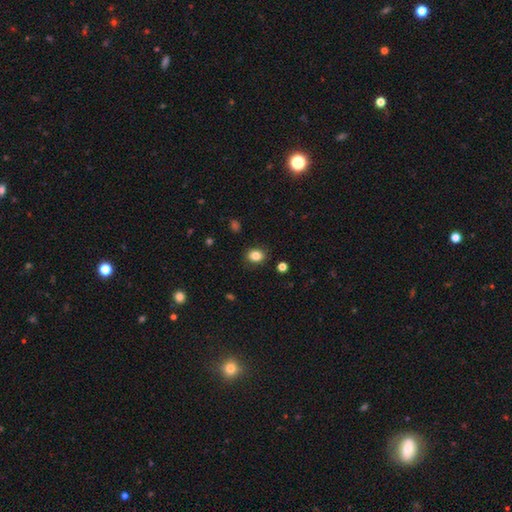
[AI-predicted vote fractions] Q: Smooth or featured?
A: smooth (83%); runner-up: star or artifact (11%)
Q: How rounded?
A: round (55%); runner-up: in between (44%)
Q: Merging?
A: none (87%); runner-up: minor disturbance (9%)